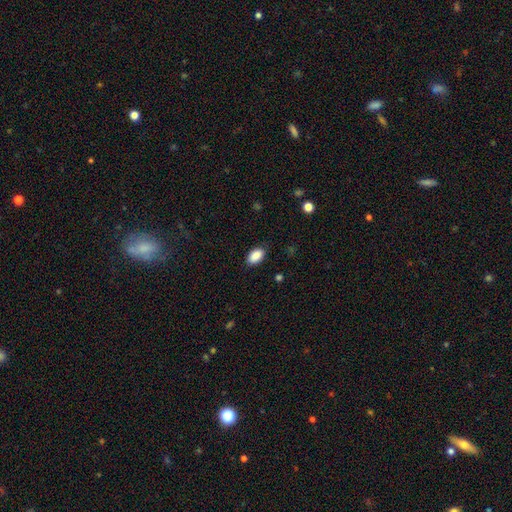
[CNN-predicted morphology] This appears to be a smooth galaxy with no disk features (89%) that is in between round and cigar-shaped (92%). Merging: none (83%).